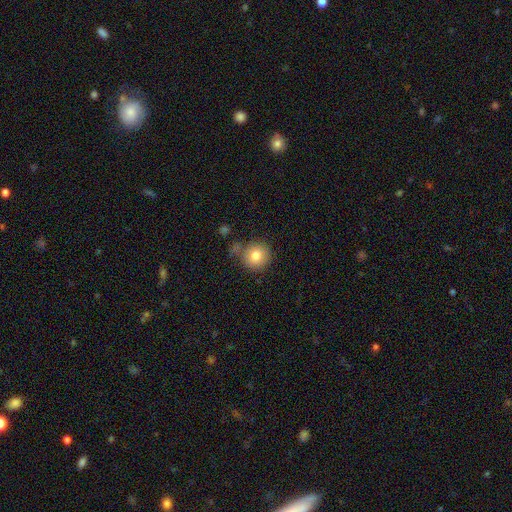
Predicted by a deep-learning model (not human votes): smooth 82%, star or artifact 10%, featured or disk 9%. Down the decision tree: how rounded — round (92%); merging — none (72%).